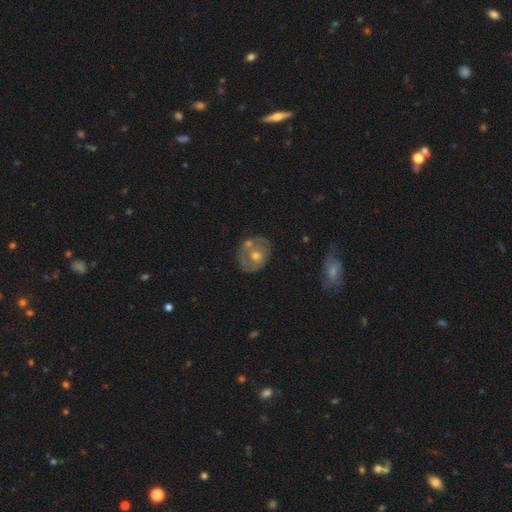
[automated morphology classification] Smooth or featured? featured or disk (59%)
Edge-on disk? no (96%)
Bar? no (85%)
Spiral arms? no (59%)
Bulge size? moderate (70%)
Merging? none (59%)